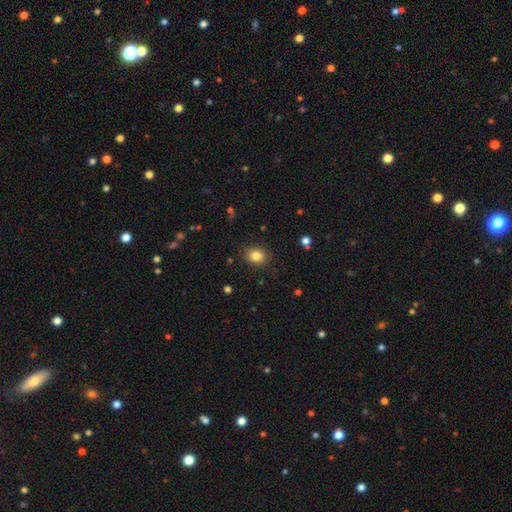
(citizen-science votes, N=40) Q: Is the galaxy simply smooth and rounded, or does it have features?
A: smooth — 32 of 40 (80%).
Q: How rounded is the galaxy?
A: round — 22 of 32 (69%).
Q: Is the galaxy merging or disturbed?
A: none — 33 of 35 (94%).